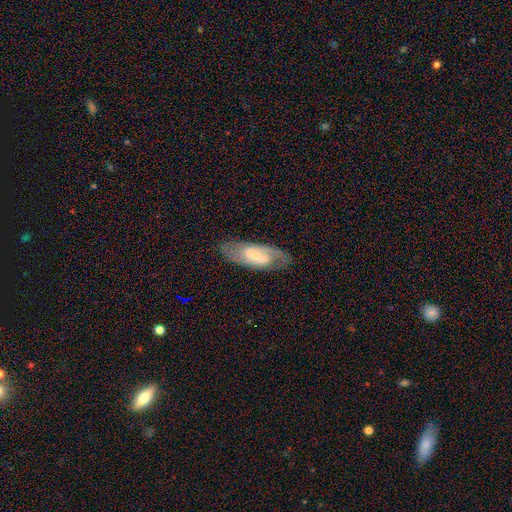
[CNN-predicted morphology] The model was most divided on "spiral winding": medium: 50%, tight: 33%, loose: 17%. Remaining: spiral arms — yes (92%); edge-on disk — no (92%); spiral arm count — 2 (80%); merging — none (79%); smooth or featured — featured or disk (78%); bulge size — small (60%); bar — weak (49%).